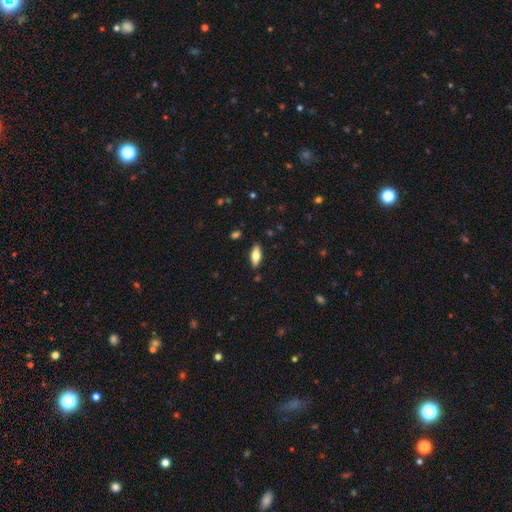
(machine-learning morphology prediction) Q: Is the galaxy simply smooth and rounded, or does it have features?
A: smooth — 71%.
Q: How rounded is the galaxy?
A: in between — 76%.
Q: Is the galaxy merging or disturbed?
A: none — 88%.